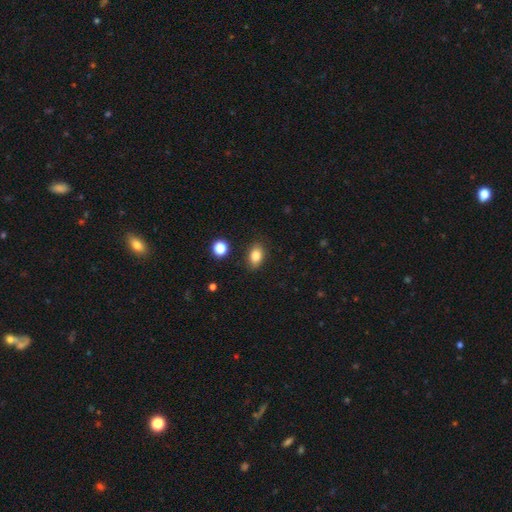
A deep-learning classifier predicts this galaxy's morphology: type=smooth (84%); roundness=in between (83%); merging=none (86%).